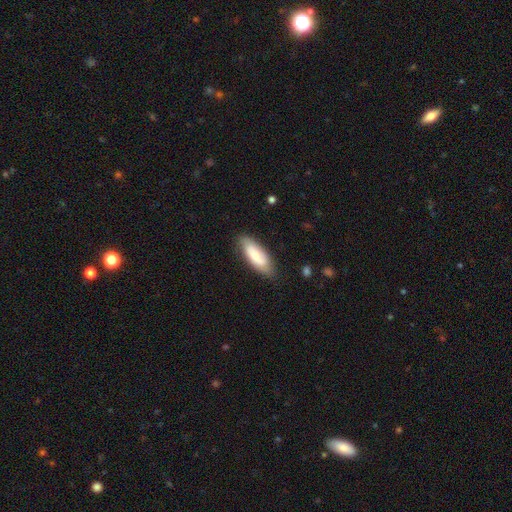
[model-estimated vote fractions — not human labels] Morphology: type=smooth (67%); roundness=in between (73%); merging=none (80%).